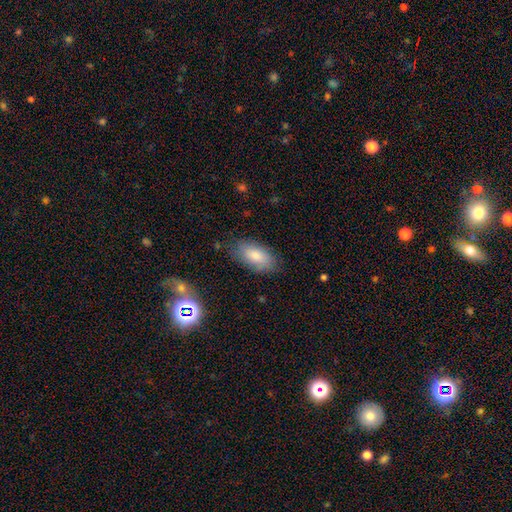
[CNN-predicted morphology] Smooth or featured? smooth (80%)
How rounded? in between (92%)
Merging? none (76%)